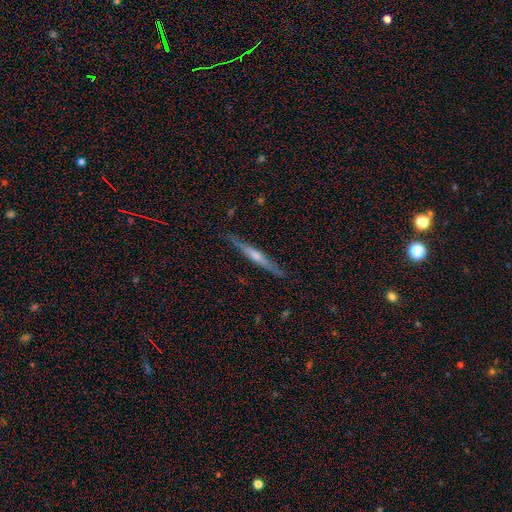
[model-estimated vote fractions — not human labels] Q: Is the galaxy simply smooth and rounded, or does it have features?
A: featured or disk — 72%.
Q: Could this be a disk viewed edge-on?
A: yes — 98%.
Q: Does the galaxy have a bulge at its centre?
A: rounded — 73%.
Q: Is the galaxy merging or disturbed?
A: none — 88%.